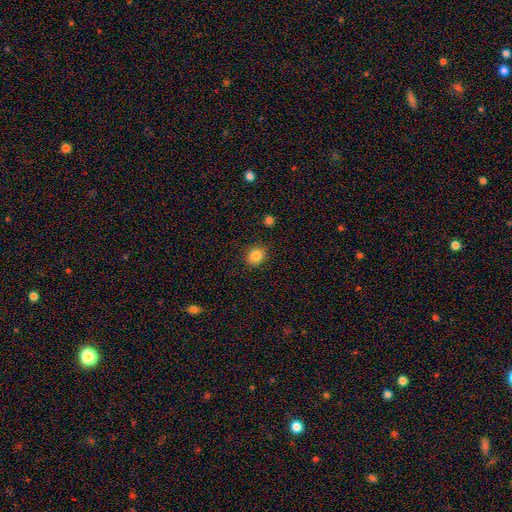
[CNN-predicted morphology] smooth 85%, star or artifact 10%, featured or disk 5%. Down the decision tree: how rounded — round (68%); merging — none (89%).